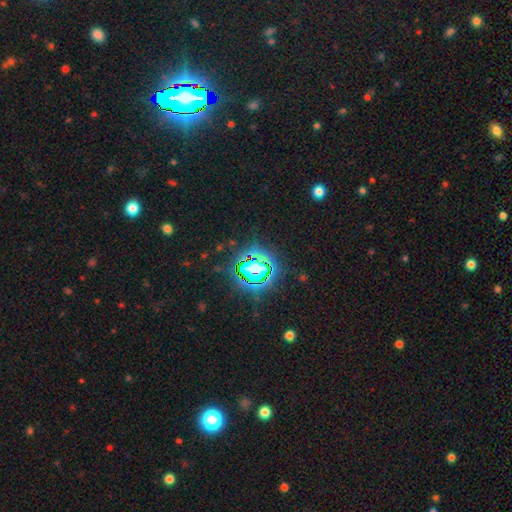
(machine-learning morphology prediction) star or artifact 72%, smooth 18%, featured or disk 10%.